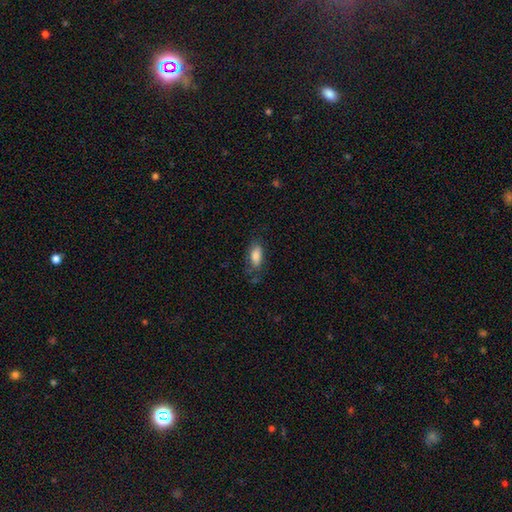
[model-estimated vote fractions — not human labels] Smooth or featured? Predicted: smooth (p=0.80). How rounded? Predicted: in between (p=0.85). Merging? Predicted: none (p=0.64).